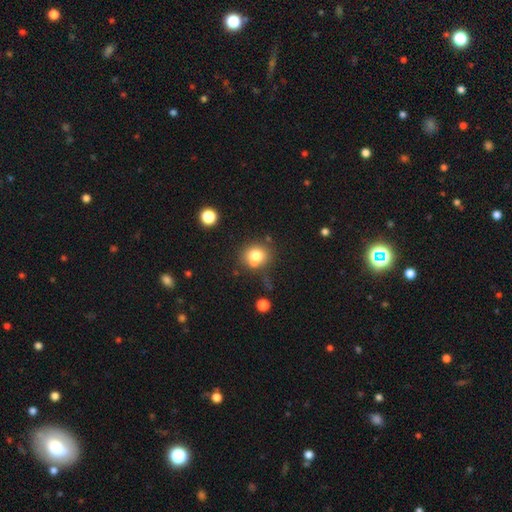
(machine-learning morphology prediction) Q: Smooth or featured?
A: smooth (75%); runner-up: featured or disk (12%)
Q: How rounded?
A: round (77%); runner-up: in between (22%)
Q: Merging?
A: none (58%); runner-up: merger (24%)